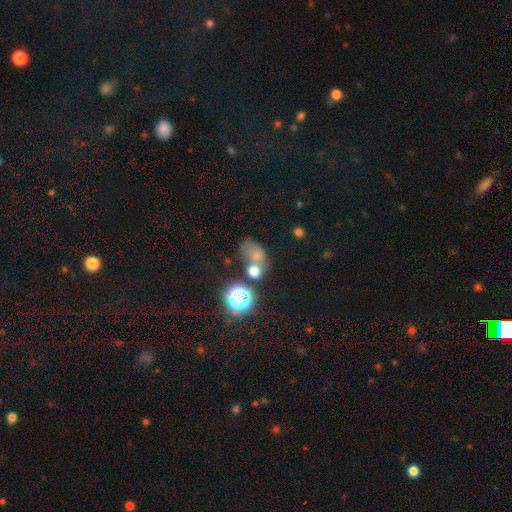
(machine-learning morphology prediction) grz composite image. It shows a smooth galaxy with no disk features (62%) that is in between round and cigar-shaped (60%). Merging: merger (36%).